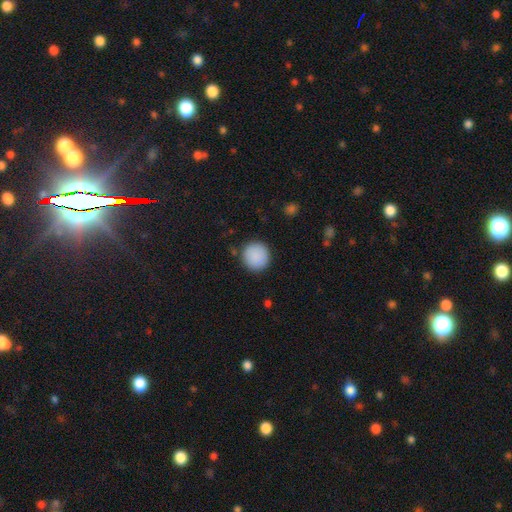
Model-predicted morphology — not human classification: This appears to be a smooth galaxy with no disk features (89%) that is round (94%). Merging: none (89%).